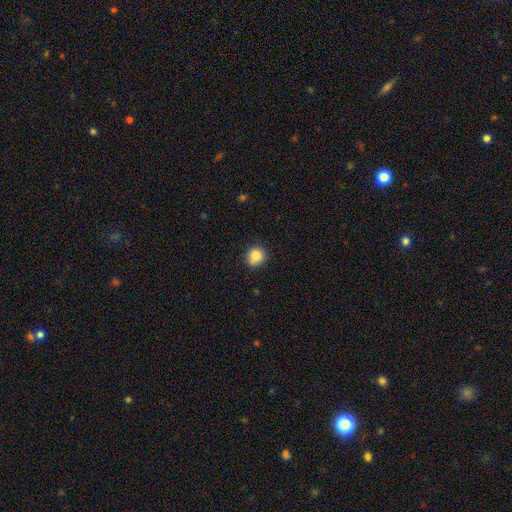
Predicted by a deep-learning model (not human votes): Smooth or featured? Predicted: smooth (p=0.85). How rounded? Predicted: round (p=0.84). Merging? Predicted: none (p=0.81).